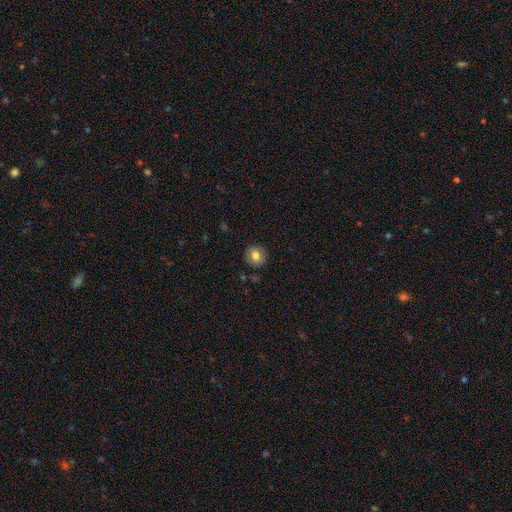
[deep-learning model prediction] A smooth galaxy with no disk features (74%) that is round (82%).

Vote fractions:
- Smooth or featured? smooth: 74% / featured or disk: 16% / star or artifact: 9%
- How rounded? round: 82% / in between: 17% / cigar-shaped: 1%
- Merging? none: 86% / minor disturbance: 10% / major disturbance: 2% / merger: 1%